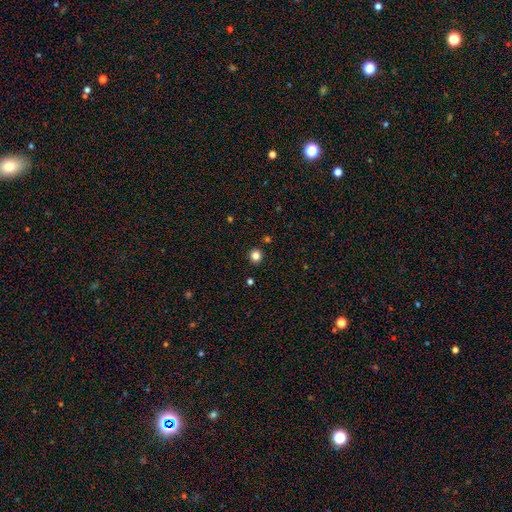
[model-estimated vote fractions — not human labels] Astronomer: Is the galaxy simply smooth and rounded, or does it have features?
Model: smooth — 83%.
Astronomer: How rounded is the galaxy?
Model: round — 91%.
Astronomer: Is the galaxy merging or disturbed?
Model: none — 92%.